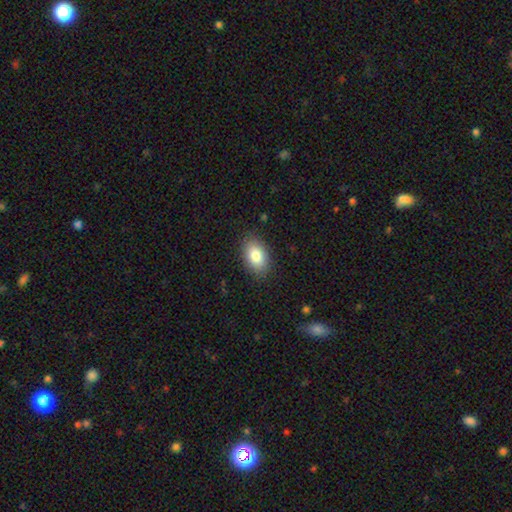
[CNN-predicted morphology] Overall: smooth (82%). How rounded: in between (88%). Merging: none (87%).